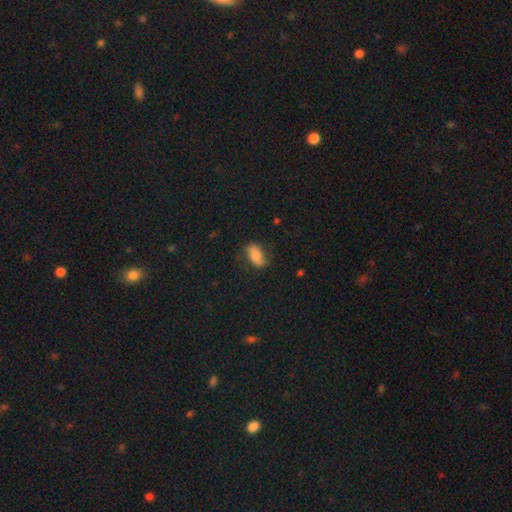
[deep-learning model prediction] Smooth or featured: smooth — 66% (featured or disk — 26%)
How rounded: in between — 89% (round — 6%)
Merging: none — 71% (minor disturbance — 21%)